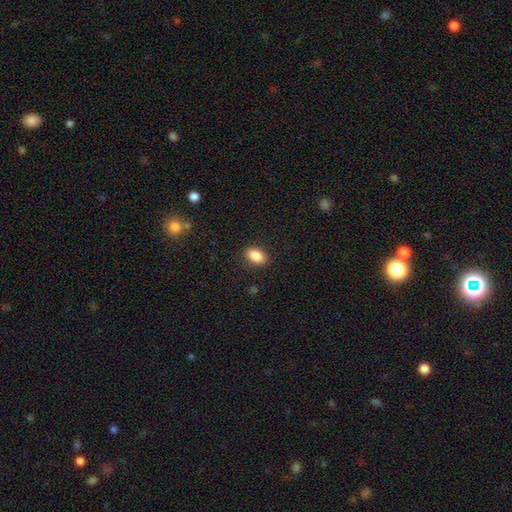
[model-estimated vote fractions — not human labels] A smooth galaxy with no disk features (86%) that is in between round and cigar-shaped (84%). Merging: none (88%).